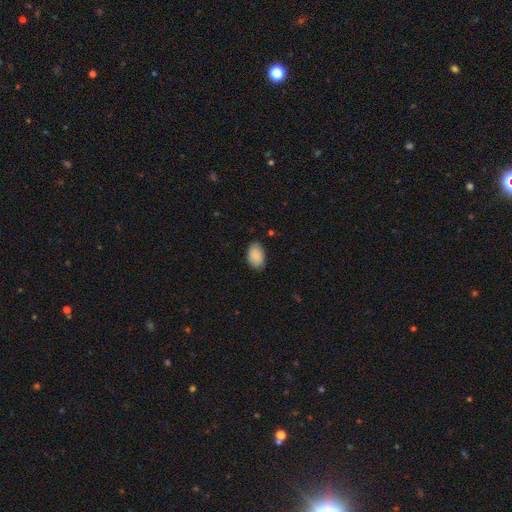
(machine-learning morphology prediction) smooth 87%, star or artifact 7%, featured or disk 6%. Down the decision tree: how rounded — in between (89%); merging — none (78%).